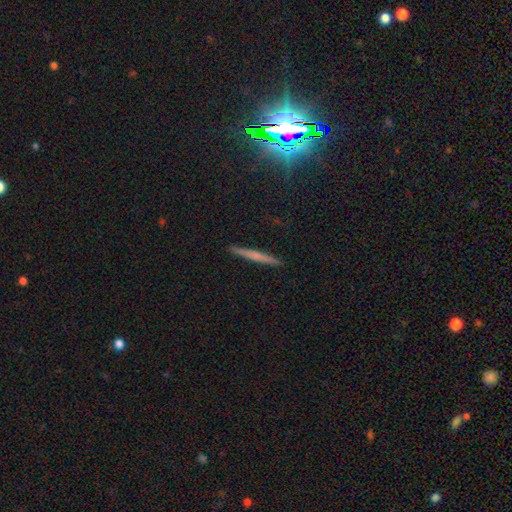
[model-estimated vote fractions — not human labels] A smooth galaxy with no disk features (51%) that is cigar-shaped (96%).

Vote fractions:
- Smooth or featured? smooth: 51% / featured or disk: 40% / star or artifact: 9%
- How rounded? cigar-shaped: 96% / in between: 2% / round: 2%
- Merging? none: 92% / minor disturbance: 6% / major disturbance: 1% / merger: 1%